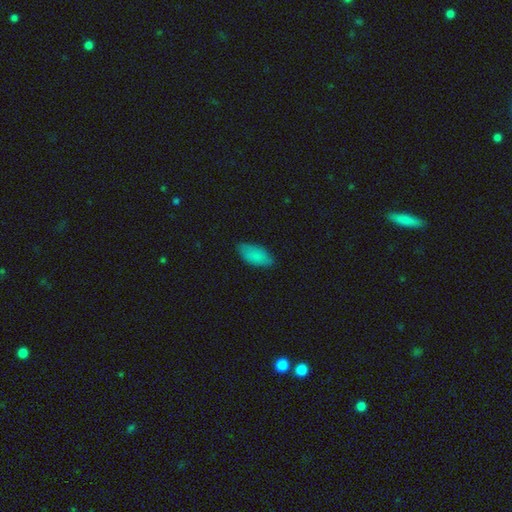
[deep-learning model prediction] Q: Smooth or featured?
A: smooth (85%); runner-up: featured or disk (8%)
Q: How rounded?
A: in between (91%); runner-up: cigar-shaped (7%)
Q: Merging?
A: none (79%); runner-up: minor disturbance (17%)